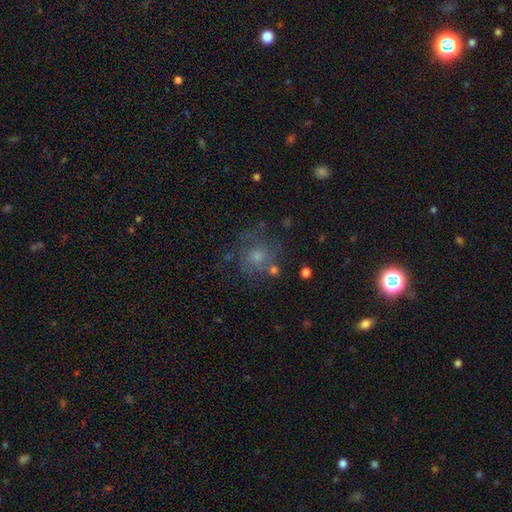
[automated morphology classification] Smooth or featured?
  - smooth: 42% *
  - featured or disk: 41%
  - star or artifact: 18%
Merging?
  - none: 64% *
  - minor disturbance: 18%
  - major disturbance: 13%
  - merger: 6%